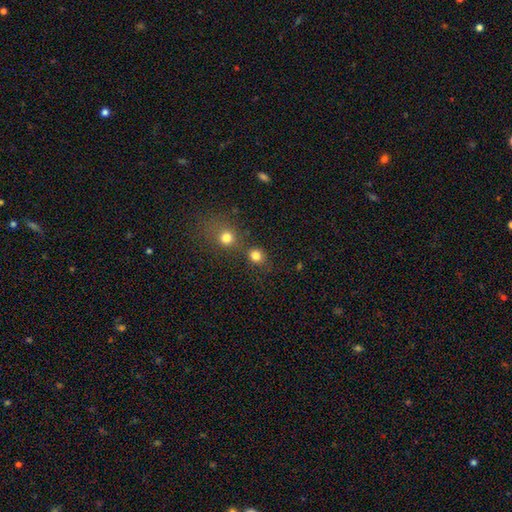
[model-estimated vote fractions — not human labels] A smooth galaxy with no disk features (81%) that is round (84%). Merging: none (64%).